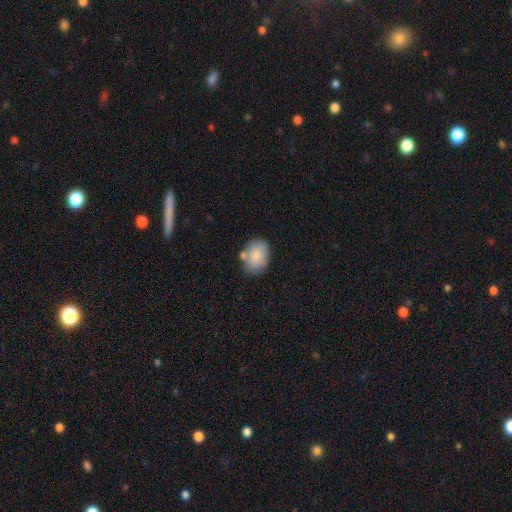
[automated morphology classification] Overall: smooth (84%). How rounded: in between (76%). Merging: none (67%).